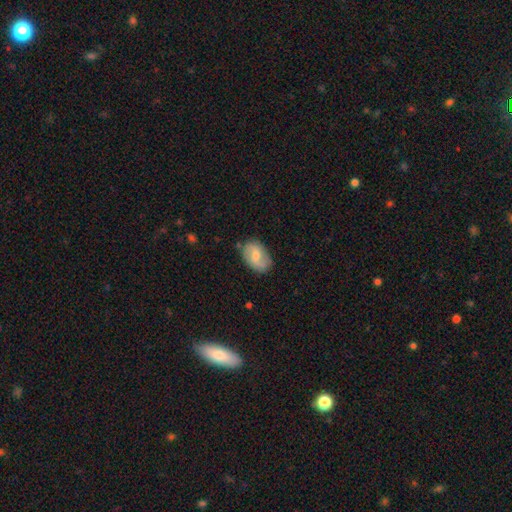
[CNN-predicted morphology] smooth 49%, featured or disk 44%, star or artifact 7%. Down the decision tree: merging — none (74%).